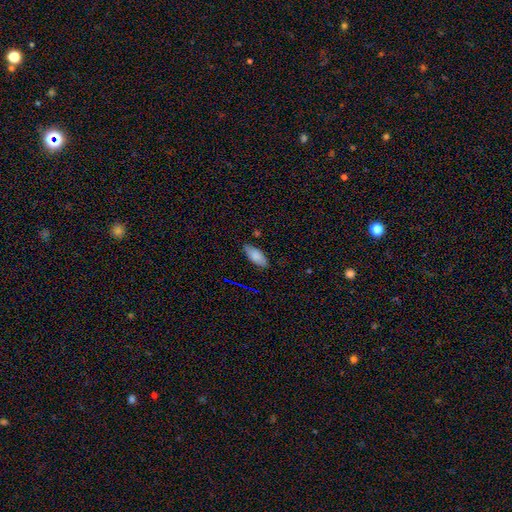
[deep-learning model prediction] Smooth or featured? smooth (83%)
How rounded? in between (83%)
Merging? none (83%)